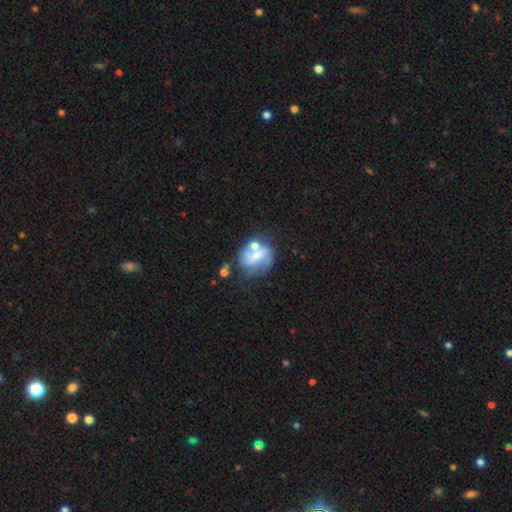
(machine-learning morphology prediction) The model was most divided on "smooth or featured": featured or disk: 50%, smooth: 41%, star or artifact: 9%. Remaining: merging — none (42%).